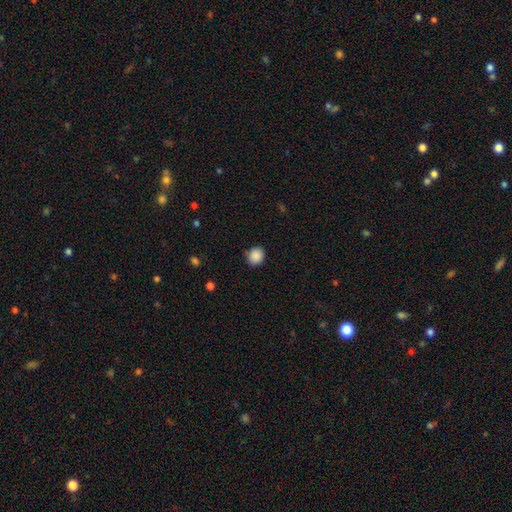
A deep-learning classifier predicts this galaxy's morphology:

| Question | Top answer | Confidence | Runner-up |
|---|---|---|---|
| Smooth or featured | smooth | 88% | star or artifact (9%) |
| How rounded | round | 72% | in between (27%) |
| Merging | none | 87% | minor disturbance (9%) |